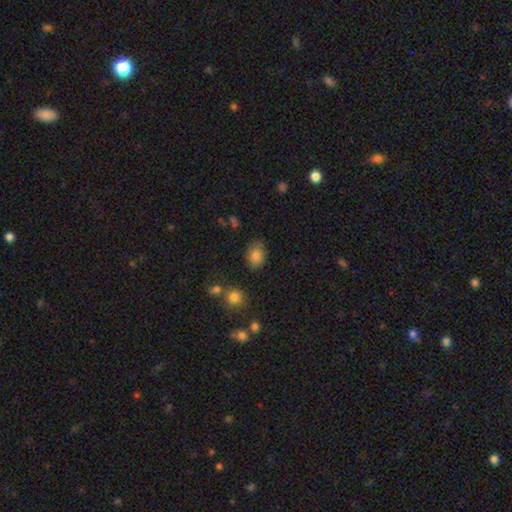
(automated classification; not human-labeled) A smooth galaxy with no disk features (83%) that is in between round and cigar-shaped (73%). Merging: none (76%).